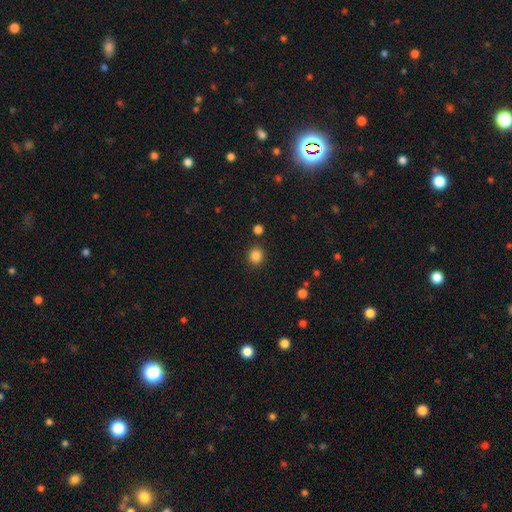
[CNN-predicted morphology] A smooth galaxy with no disk features (85%) that is round (90%).

Vote fractions:
- Smooth or featured? smooth: 85% / star or artifact: 11% / featured or disk: 3%
- How rounded? round: 90% / in between: 9% / cigar-shaped: 1%
- Merging? none: 89% / minor disturbance: 6% / merger: 3% / major disturbance: 2%